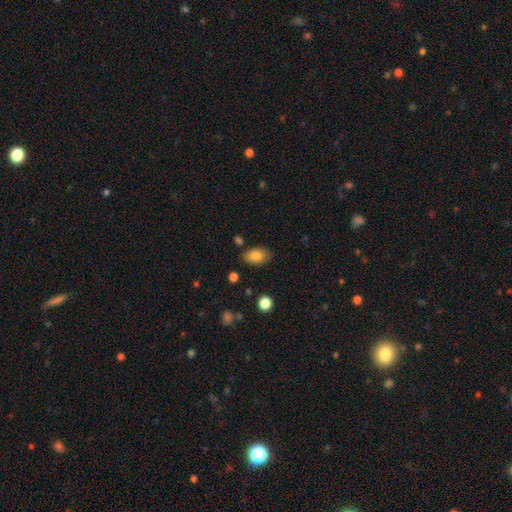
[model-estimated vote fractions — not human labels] Q: Smooth or featured?
A: smooth (84%); runner-up: star or artifact (8%)
Q: How rounded?
A: in between (90%); runner-up: round (8%)
Q: Merging?
A: none (82%); runner-up: minor disturbance (12%)